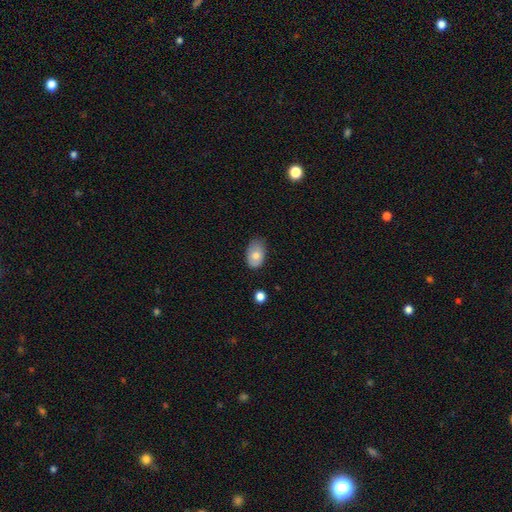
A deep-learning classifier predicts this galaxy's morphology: A smooth galaxy with no disk features (75%) that is in between round and cigar-shaped (86%). Merging: none (68%).